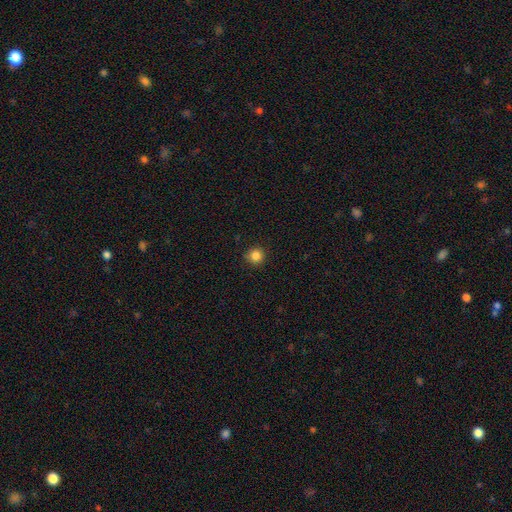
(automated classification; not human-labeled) Overall: smooth (85%). How rounded: round (94%). Merging: none (90%).